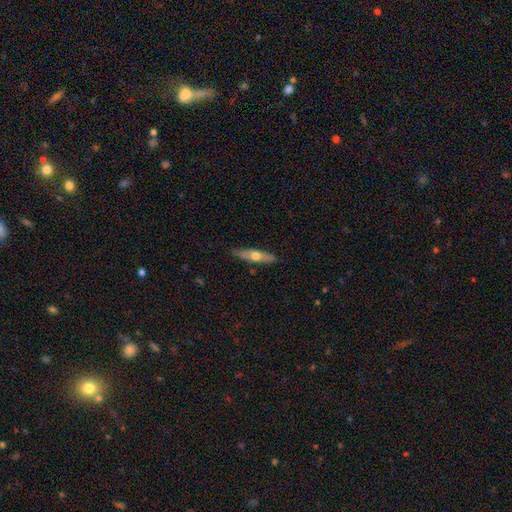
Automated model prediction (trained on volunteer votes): Smooth or featured? featured or disk (49%)
Merging? none (85%)